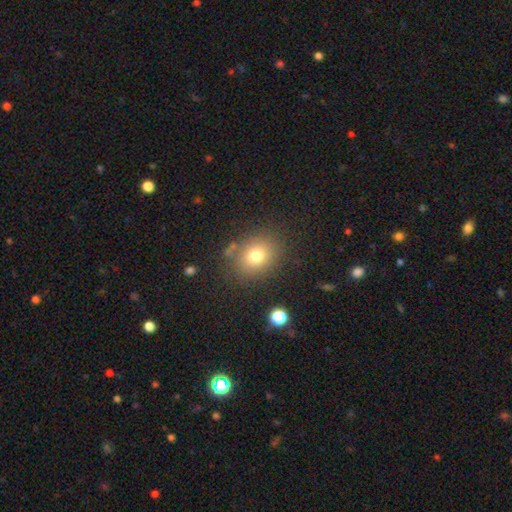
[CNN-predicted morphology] smooth_or_featured: smooth (p=0.76) [alt: star or artifact p=0.14]
how_rounded: round (p=0.58) [alt: in between p=0.41]
merging: none (p=0.81) [alt: minor disturbance p=0.11]